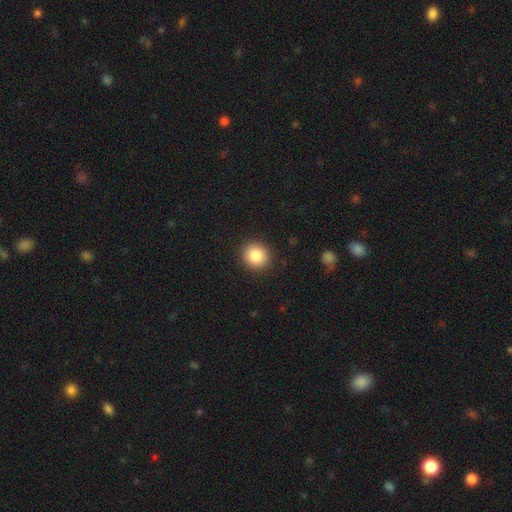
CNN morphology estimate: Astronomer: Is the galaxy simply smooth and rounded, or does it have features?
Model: smooth — 86%.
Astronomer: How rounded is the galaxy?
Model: round — 88%.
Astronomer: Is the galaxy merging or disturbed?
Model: none — 91%.